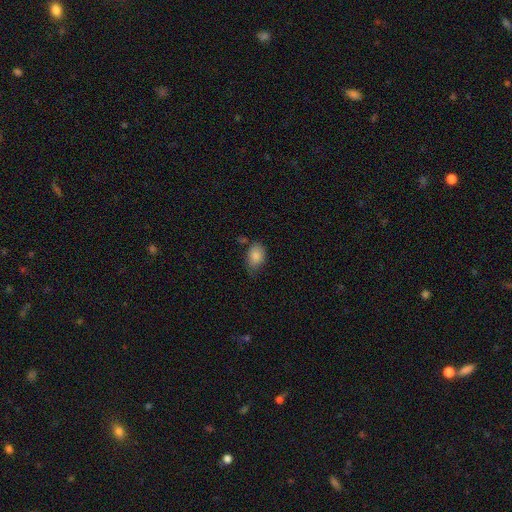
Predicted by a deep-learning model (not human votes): This is clearly a smooth galaxy (85%). How rounded: clearly in between (81%). Merging: possibly none (52%).